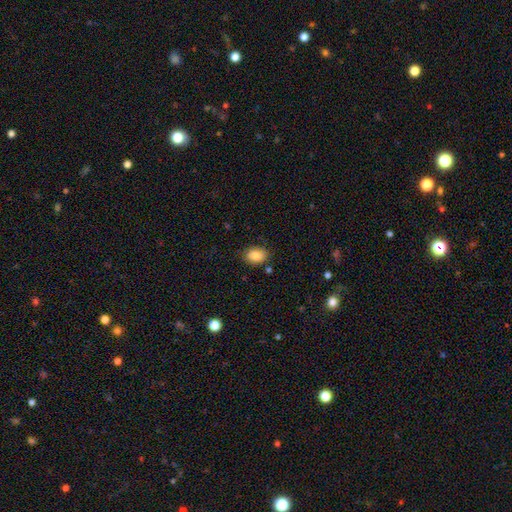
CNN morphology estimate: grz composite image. It shows a smooth galaxy with no disk features (87%) that is in between round and cigar-shaped (80%). Merging: none (82%).